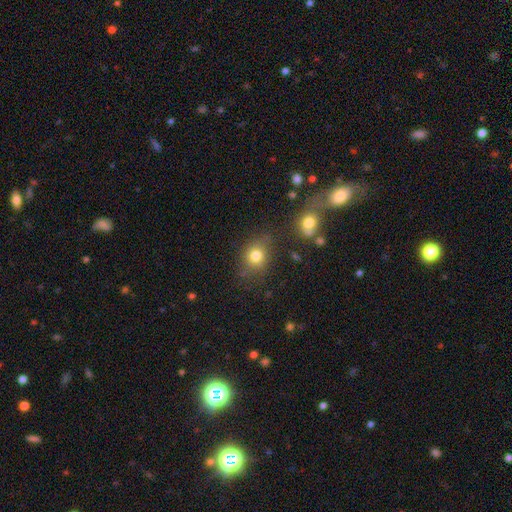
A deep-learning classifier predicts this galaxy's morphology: Smooth or featured: smooth — 77% (star or artifact — 13%)
How rounded: round — 61% (in between — 37%)
Merging: none — 74% (minor disturbance — 15%)